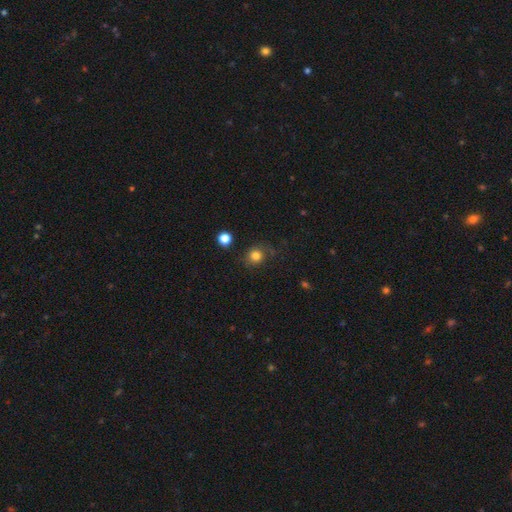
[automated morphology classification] The model was most divided on "merging": none: 75%, minor disturbance: 16%, major disturbance: 7%, merger: 3%. More confident: smooth or featured — smooth (82%); how rounded — round (79%).